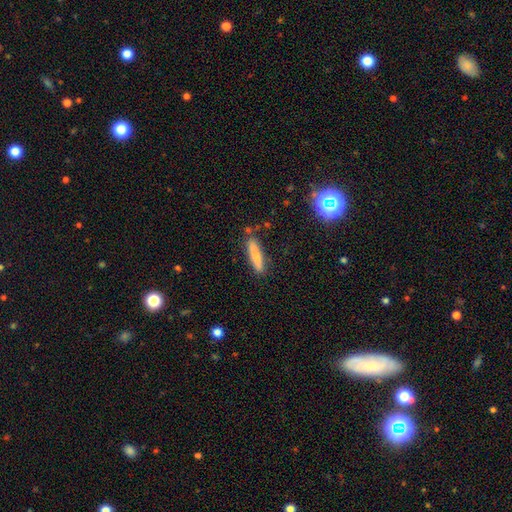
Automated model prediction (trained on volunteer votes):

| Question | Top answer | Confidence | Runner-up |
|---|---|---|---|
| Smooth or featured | smooth | 80% | featured or disk (13%) |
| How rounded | cigar-shaped | 86% | in between (12%) |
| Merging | none | 83% | minor disturbance (11%) |